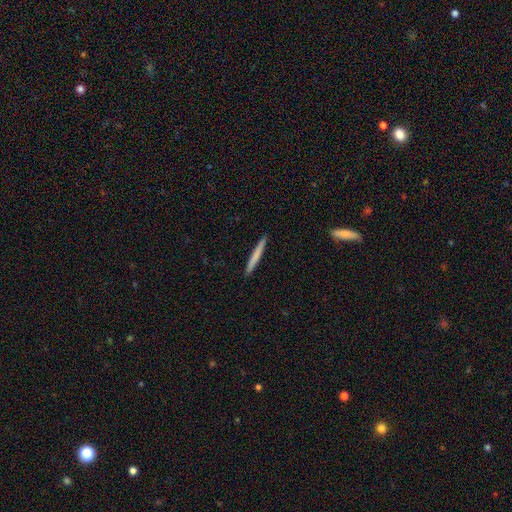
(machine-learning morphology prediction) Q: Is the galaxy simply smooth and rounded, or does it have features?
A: smooth — 71%.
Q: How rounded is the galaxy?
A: cigar-shaped — 97%.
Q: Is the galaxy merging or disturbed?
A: none — 93%.